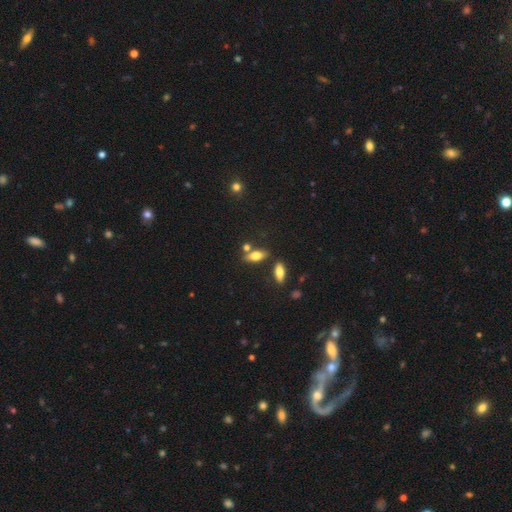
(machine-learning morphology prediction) The model was most divided on "smooth or featured": smooth: 69%, featured or disk: 22%, star or artifact: 9%. More confident: how rounded — in between (76%); merging — none (67%).